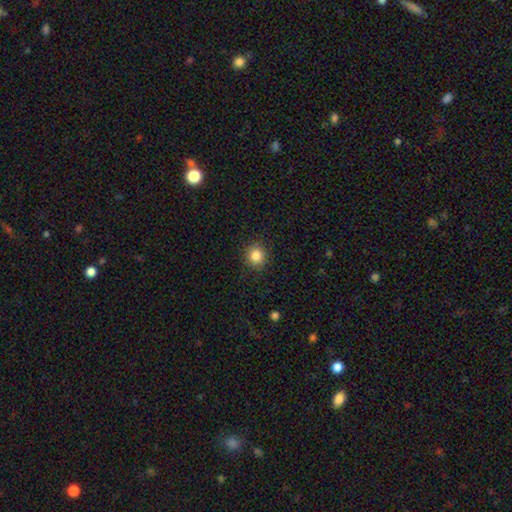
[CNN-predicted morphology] The model was most divided on "smooth or featured": smooth: 84%, star or artifact: 11%, featured or disk: 5%. More confident: merging — none (90%); how rounded — round (90%).